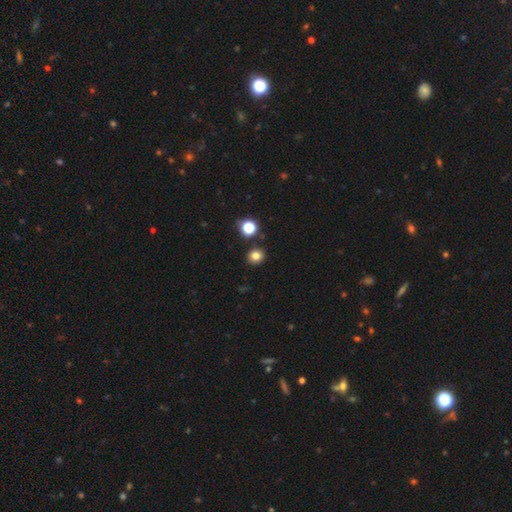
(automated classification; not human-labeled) Smooth or featured? Predicted: smooth (p=0.79). How rounded? Predicted: round (p=0.81). Merging? Predicted: none (p=0.86).